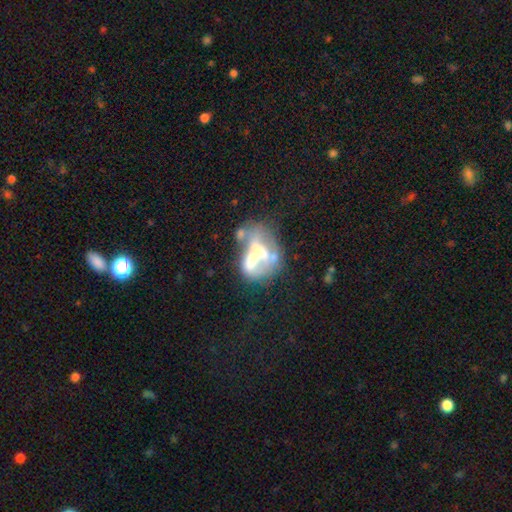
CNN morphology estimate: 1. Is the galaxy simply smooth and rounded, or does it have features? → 56% featured or disk, 31% smooth, 13% star or artifact.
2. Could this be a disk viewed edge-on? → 96% no, 4% yes.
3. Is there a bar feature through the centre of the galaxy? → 74% no, 13% strong, 13% weak.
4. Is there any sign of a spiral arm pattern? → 91% no, 9% yes.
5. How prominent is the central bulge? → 37% none, 27% moderate, 18% large, 11% small, 5% dominant.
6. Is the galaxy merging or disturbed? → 36% merger, 31% major disturbance, 20% none, 13% minor disturbance.